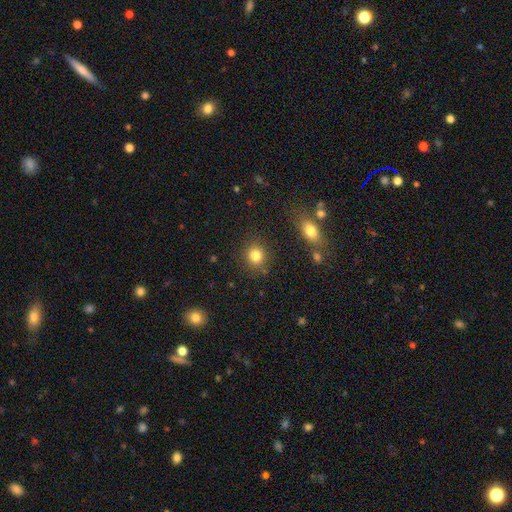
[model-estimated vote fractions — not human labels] Morphology: type=smooth (83%); roundness=round (84%); merging=none (85%).